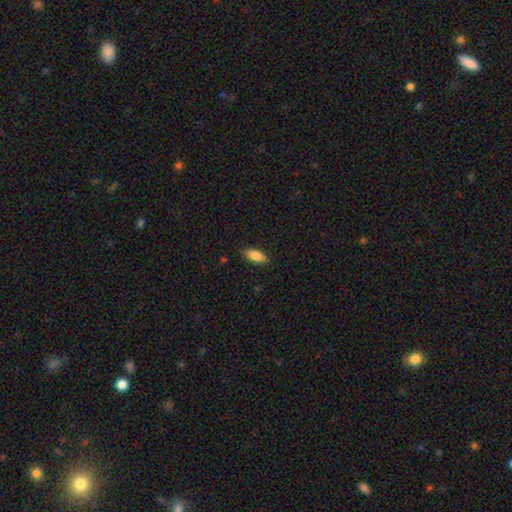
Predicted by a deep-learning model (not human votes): A smooth galaxy with no disk features (78%) that is in between round and cigar-shaped (78%). Merging: none (85%).